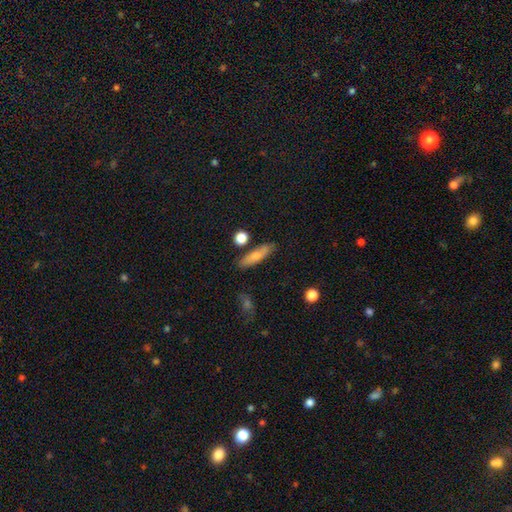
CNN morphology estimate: Smooth or featured?
  - smooth: 74% *
  - featured or disk: 19%
  - star or artifact: 7%
How rounded?
  - cigar-shaped: 66% *
  - in between: 30%
  - round: 4%
Merging?
  - none: 81% *
  - minor disturbance: 12%
  - merger: 5%
  - major disturbance: 3%